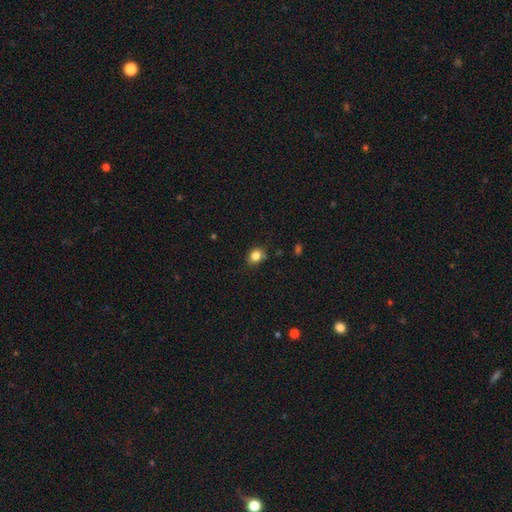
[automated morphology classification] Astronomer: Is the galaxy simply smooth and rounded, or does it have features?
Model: smooth — 83%.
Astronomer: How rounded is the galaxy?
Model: round — 62% (runner-up: in between, 38%).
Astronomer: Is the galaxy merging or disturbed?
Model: none — 77%.